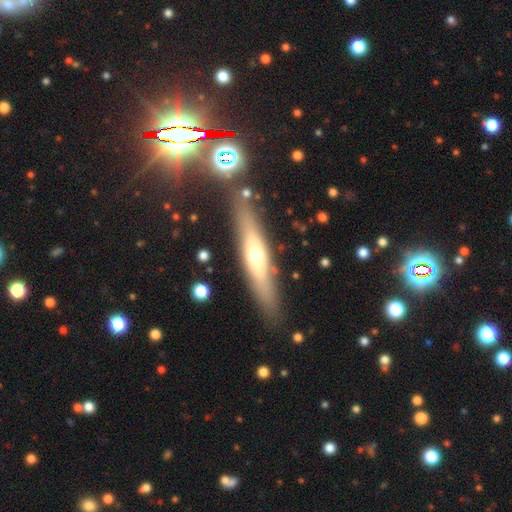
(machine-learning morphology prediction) A featured or disk galaxy (52%) viewed edge-on (82%).

Vote fractions:
- Smooth or featured? featured or disk: 52% / smooth: 40% / star or artifact: 7%
- Edge-on disk? yes: 82% / no: 18%
- Merging? none: 82% / minor disturbance: 11% / merger: 4% / major disturbance: 3%